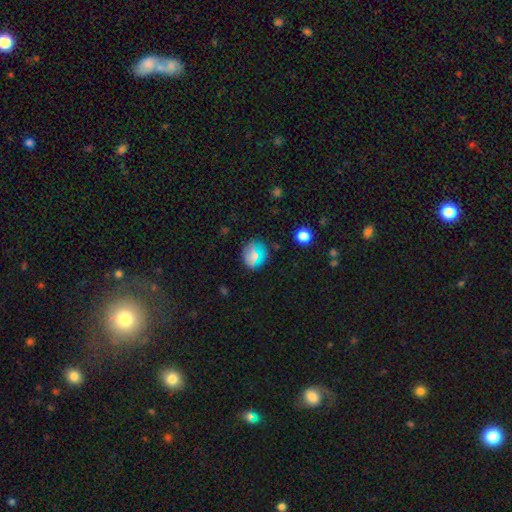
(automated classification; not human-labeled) The model was most divided on "smooth or featured": smooth: 64%, star or artifact: 24%, featured or disk: 12%. More confident: merging — none (81%); how rounded — round (76%).